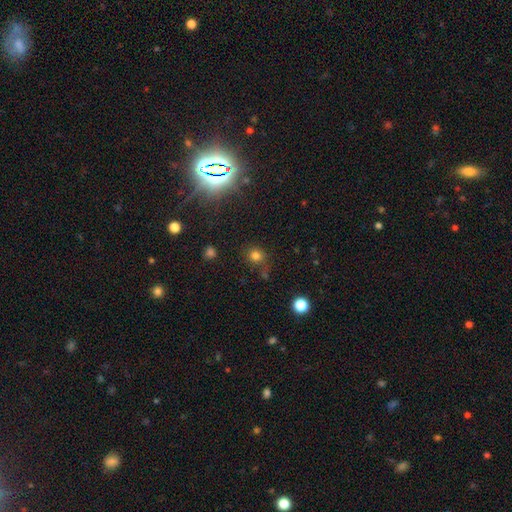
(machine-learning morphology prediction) Smooth or featured? Predicted: smooth (p=0.75). How rounded? Predicted: round (p=0.84). Merging? Predicted: none (p=0.73).